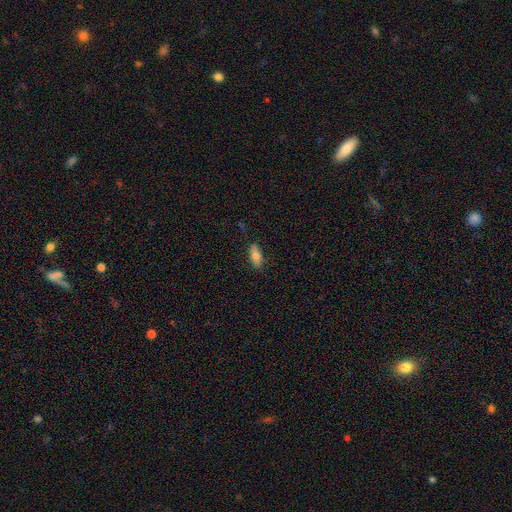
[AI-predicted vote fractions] Smooth or featured? smooth (75%)
How rounded? in between (80%)
Merging? none (83%)